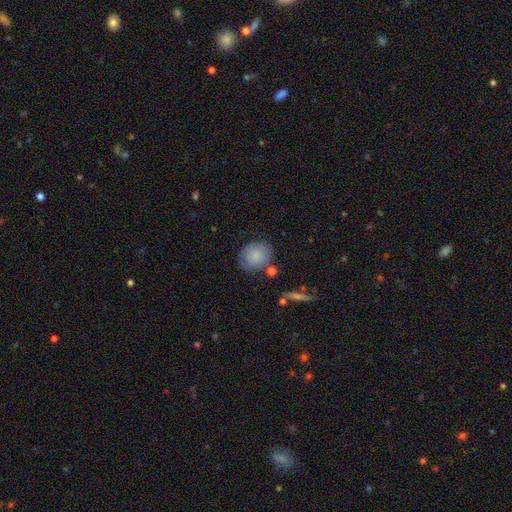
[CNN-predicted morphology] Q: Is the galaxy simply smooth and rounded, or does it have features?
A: smooth — 78%.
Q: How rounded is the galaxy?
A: round — 62%.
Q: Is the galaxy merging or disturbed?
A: none — 70%.